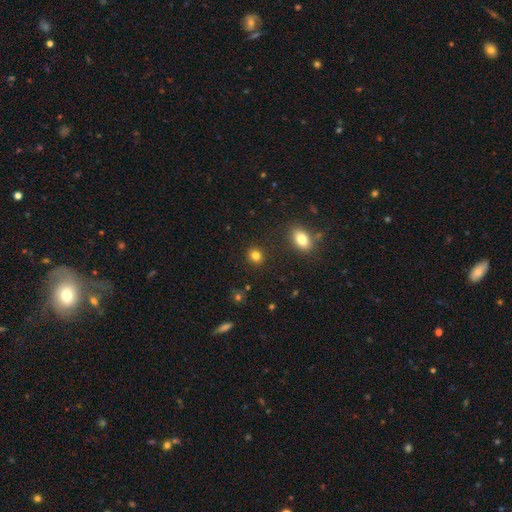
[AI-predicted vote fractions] This appears to be a smooth galaxy with no disk features (83%) that is round (76%). Merging: none (89%).